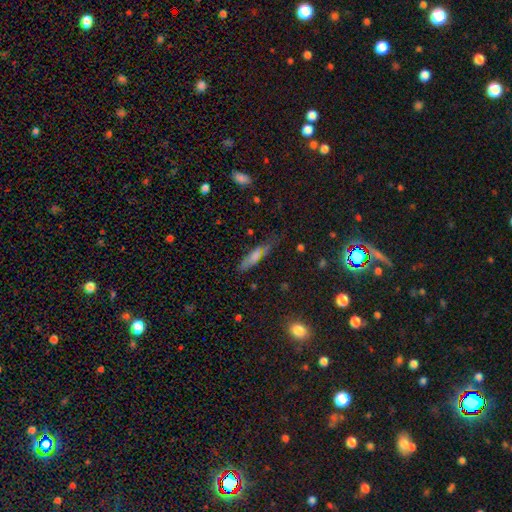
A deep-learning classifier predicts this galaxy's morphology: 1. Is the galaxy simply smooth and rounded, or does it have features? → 68% smooth, 19% featured or disk, 13% star or artifact.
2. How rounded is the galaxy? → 65% cigar-shaped, 32% in between, 3% round.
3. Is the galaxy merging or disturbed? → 66% none, 23% minor disturbance, 8% major disturbance, 3% merger.